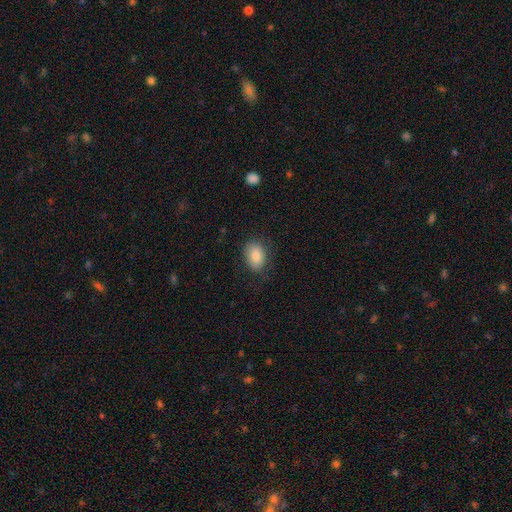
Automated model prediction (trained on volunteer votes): smooth 85%, star or artifact 8%, featured or disk 7%. Down the decision tree: how rounded — in between (79%); merging — none (79%).